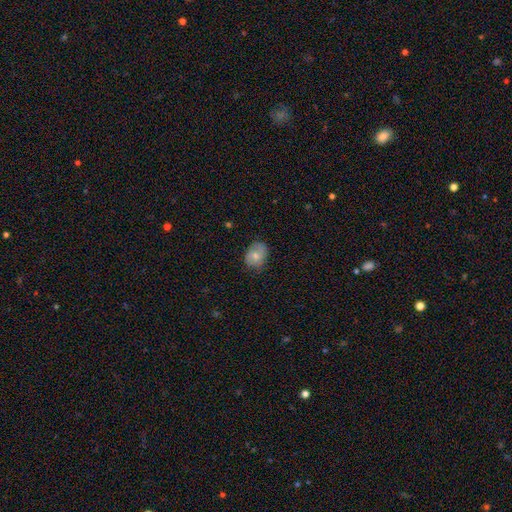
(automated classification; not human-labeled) Smooth or featured?
  - smooth: 66% *
  - featured or disk: 26%
  - star or artifact: 8%
How rounded?
  - in between: 58% *
  - round: 41%
  - cigar-shaped: 1%
Merging?
  - none: 72% *
  - minor disturbance: 22%
  - major disturbance: 5%
  - merger: 1%